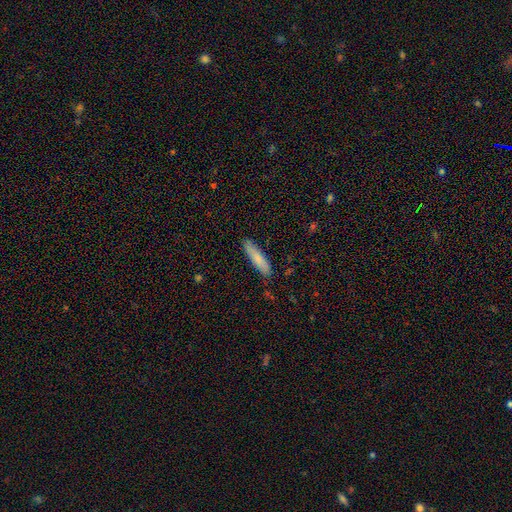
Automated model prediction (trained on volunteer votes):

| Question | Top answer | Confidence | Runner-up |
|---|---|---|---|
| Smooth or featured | smooth | 80% | featured or disk (14%) |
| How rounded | cigar-shaped | 82% | in between (17%) |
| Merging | none | 86% | minor disturbance (11%) |